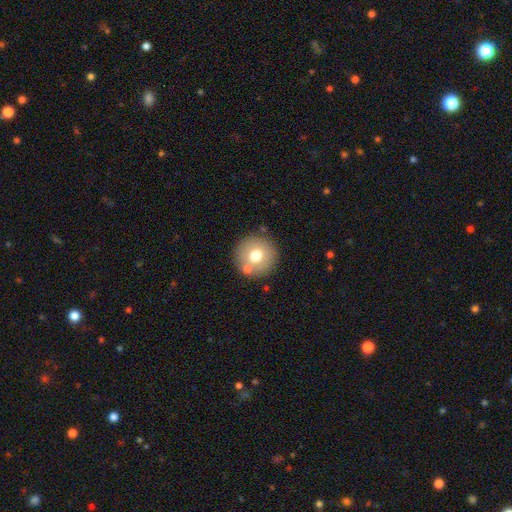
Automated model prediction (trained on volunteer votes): smooth 69%, featured or disk 20%, star or artifact 11%. Down the decision tree: how rounded — round (95%); merging — none (82%).